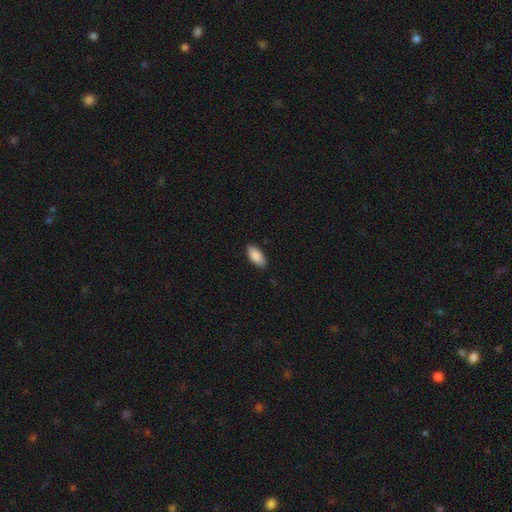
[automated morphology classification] This appears to be a smooth galaxy with no disk features (89%) that is in between round and cigar-shaped (89%). Merging: none (88%).